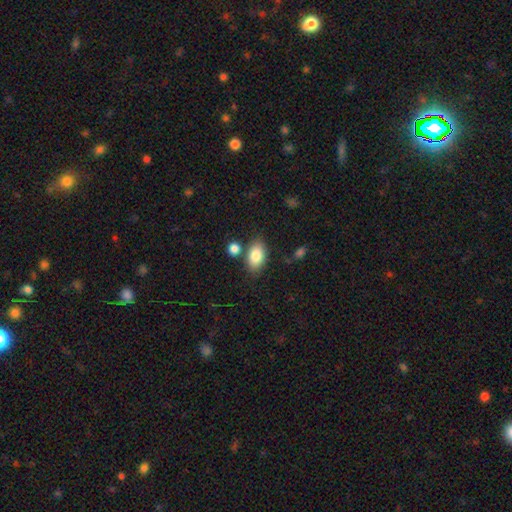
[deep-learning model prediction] Q: Smooth or featured?
A: smooth (84%); runner-up: featured or disk (9%)
Q: How rounded?
A: in between (91%); runner-up: round (7%)
Q: Merging?
A: none (74%); runner-up: minor disturbance (13%)